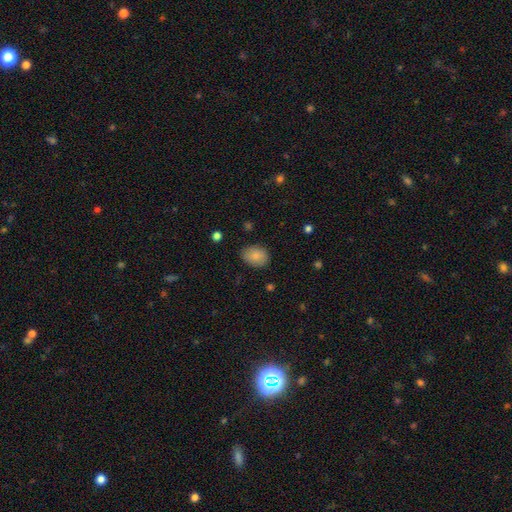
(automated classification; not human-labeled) Smooth or featured: smooth — 85% (star or artifact — 8%)
How rounded: in between — 68% (round — 31%)
Merging: none — 84% (minor disturbance — 12%)